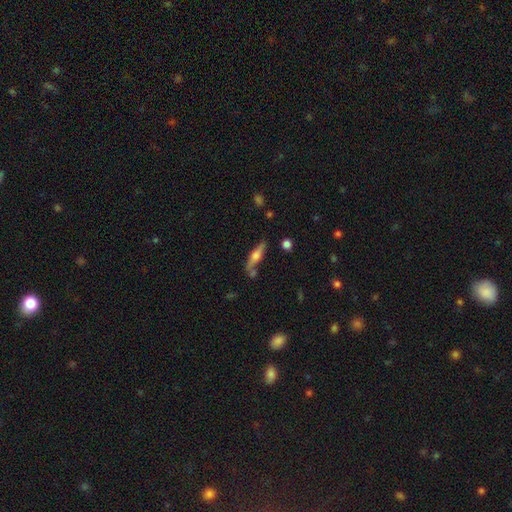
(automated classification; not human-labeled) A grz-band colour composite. It shows a featured or disk galaxy (54%) viewed edge-on (91%). Merging: none (67%).